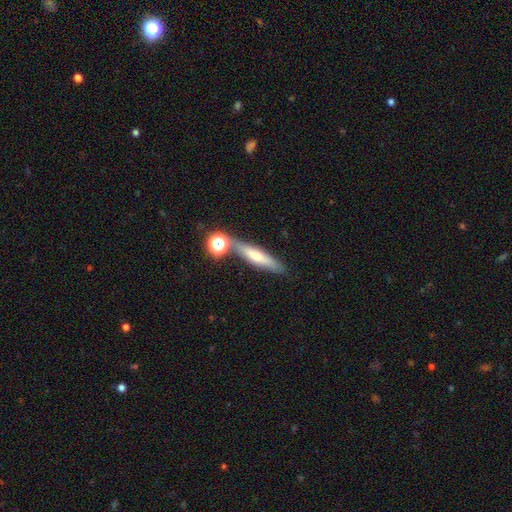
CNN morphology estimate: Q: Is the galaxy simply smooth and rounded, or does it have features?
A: smooth — 44%.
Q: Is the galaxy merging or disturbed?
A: none — 72%.